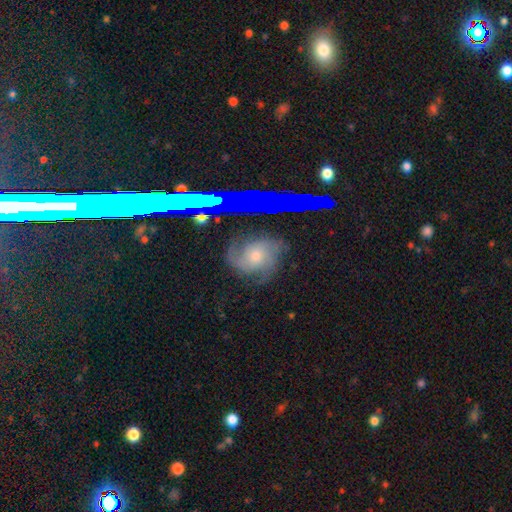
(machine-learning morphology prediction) Smooth or featured?
  - featured or disk: 67% *
  - smooth: 20%
  - star or artifact: 13%
Edge-on disk?
  - no: 93% *
  - yes: 7%
Bar?
  - no: 75% *
  - weak: 20%
  - strong: 5%
Spiral arms?
  - yes: 92% *
  - no: 8%
Spiral winding?
  - tight: 47% *
  - medium: 36%
  - loose: 17%
Spiral arm count?
  - can't tell: 31% *
  - 2: 30%
  - 3: 20%
  - 4: 7%
  - 1: 6%
  - more than 4: 5%
Bulge size?
  - moderate: 50% *
  - small: 37%
  - large: 7%
  - none: 4%
  - dominant: 2%
Merging?
  - none: 70% *
  - minor disturbance: 19%
  - major disturbance: 9%
  - merger: 3%